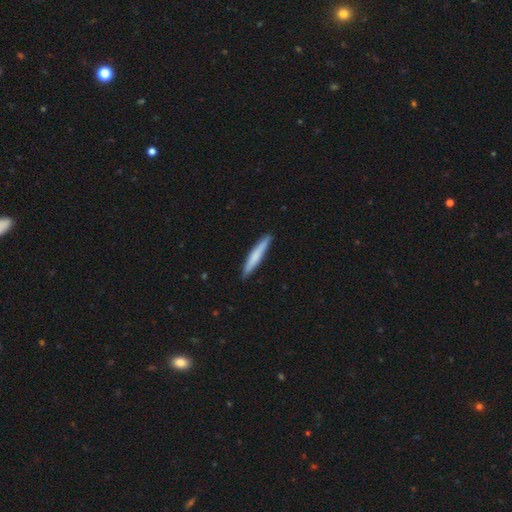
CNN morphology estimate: The model was most divided on "smooth or featured": smooth: 72%, featured or disk: 23%, star or artifact: 5%. More confident: how rounded — cigar-shaped (94%); merging — none (90%).